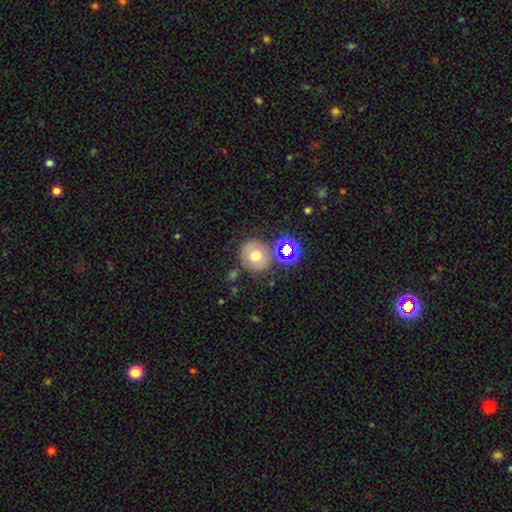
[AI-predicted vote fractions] Smooth or featured? Predicted: smooth (p=0.63). How rounded? Predicted: round (p=0.79). Merging? Predicted: none (p=0.69).